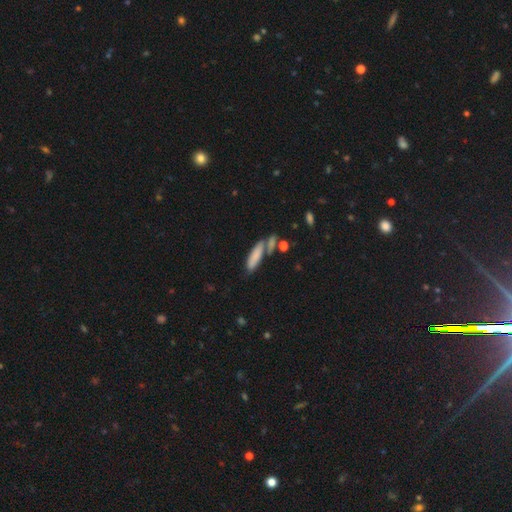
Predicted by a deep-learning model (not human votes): Smooth or featured? Predicted: smooth (p=0.78). How rounded? Predicted: cigar-shaped (p=0.57). Merging? Predicted: none (p=0.54).